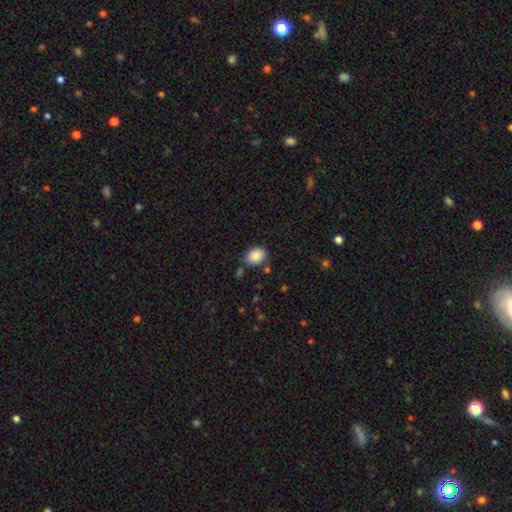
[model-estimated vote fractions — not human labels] Smooth or featured? Predicted: smooth (p=0.88). How rounded? Predicted: in between (p=0.69). Merging? Predicted: none (p=0.73).